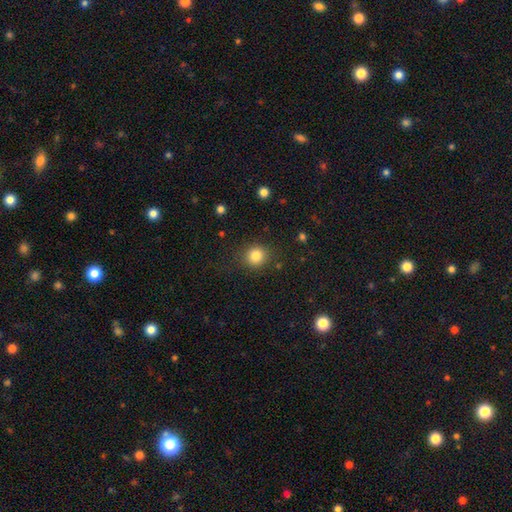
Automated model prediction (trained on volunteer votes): This is clearly a smooth galaxy (83%). How rounded: clearly round (89%). Merging: clearly none (86%).